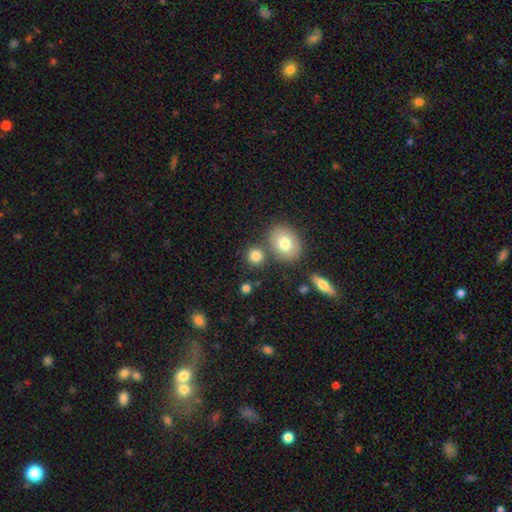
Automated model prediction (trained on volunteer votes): Smooth or featured? Predicted: smooth (p=0.81). How rounded? Predicted: round (p=0.77). Merging? Predicted: none (p=0.71).